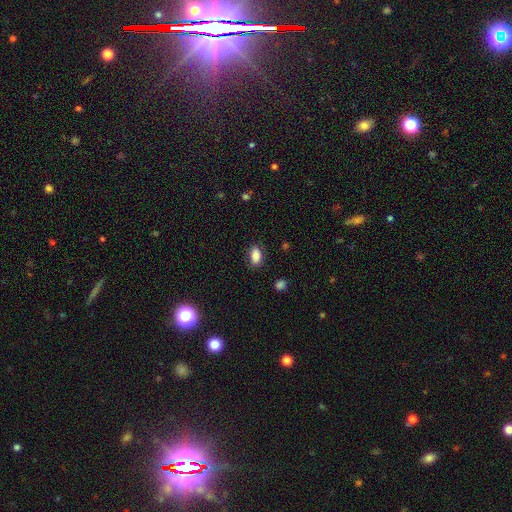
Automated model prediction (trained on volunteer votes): The model was most divided on "merging": none: 82%, minor disturbance: 14%, major disturbance: 3%, merger: 1%. More confident: how rounded — in between (88%); smooth or featured — smooth (86%).